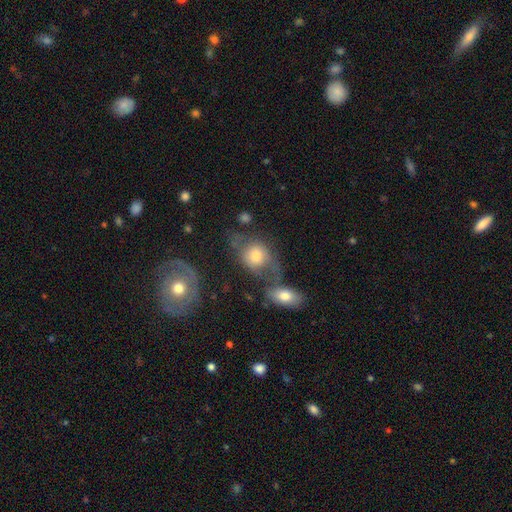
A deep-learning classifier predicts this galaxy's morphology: type=smooth (58%); roundness=in between (52%); merging=merger (33%).